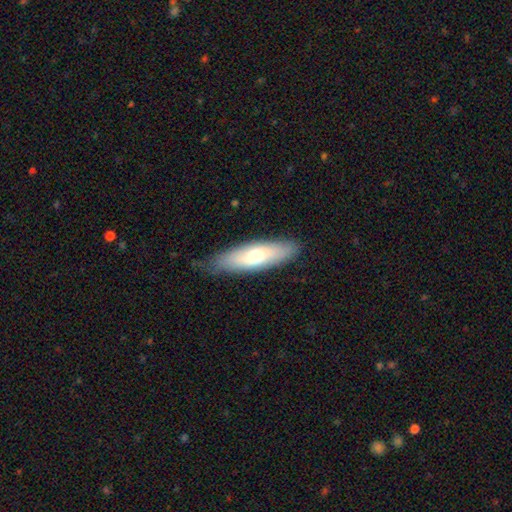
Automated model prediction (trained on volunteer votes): A smooth galaxy with no disk features (61%) that is in between round and cigar-shaped (53%).

Vote fractions:
- Smooth or featured? smooth: 61% / featured or disk: 33% / star or artifact: 6%
- How rounded? in between: 53% / cigar-shaped: 45% / round: 2%
- Merging? none: 79% / minor disturbance: 16% / major disturbance: 3% / merger: 1%